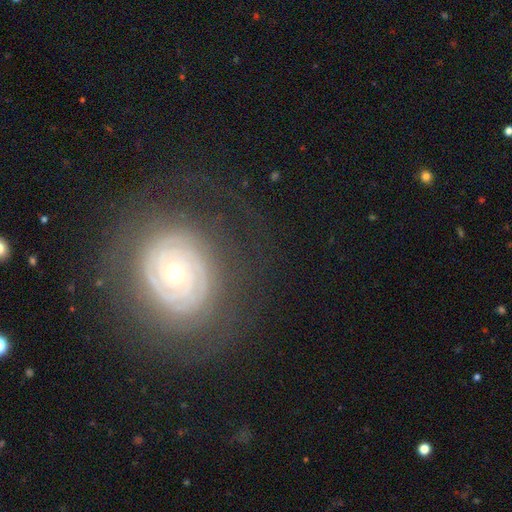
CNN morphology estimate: Smooth or featured? Predicted: featured or disk (p=0.51). Edge-on disk? Predicted: no (p=0.94). Merging? Predicted: none (p=0.78).